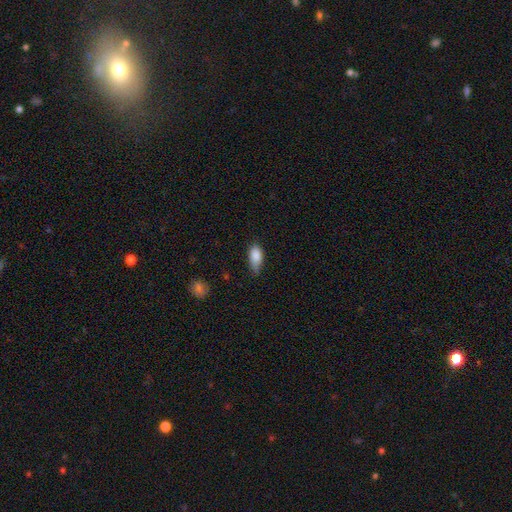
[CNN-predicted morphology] A smooth galaxy with no disk features (86%) that is in between round and cigar-shaped (88%).

Vote fractions:
- Smooth or featured? smooth: 86% / star or artifact: 7% / featured or disk: 7%
- How rounded? in between: 88% / cigar-shaped: 8% / round: 4%
- Merging? none: 51% / minor disturbance: 39% / major disturbance: 8% / merger: 2%